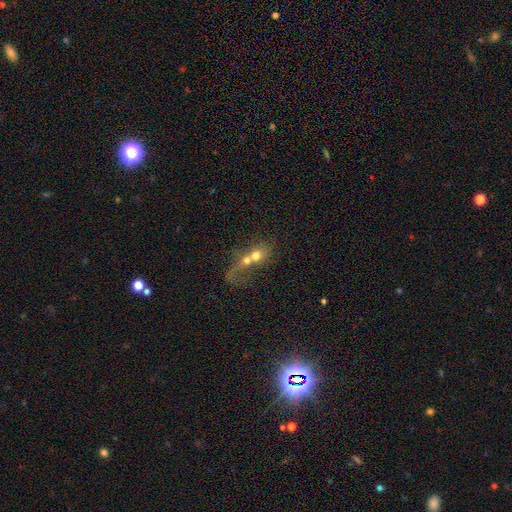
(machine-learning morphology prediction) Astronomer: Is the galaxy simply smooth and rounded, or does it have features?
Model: smooth — 58%.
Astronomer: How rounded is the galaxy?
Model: round — 60% (runner-up: in between, 36%).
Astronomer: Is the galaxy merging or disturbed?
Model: merger — 79%.